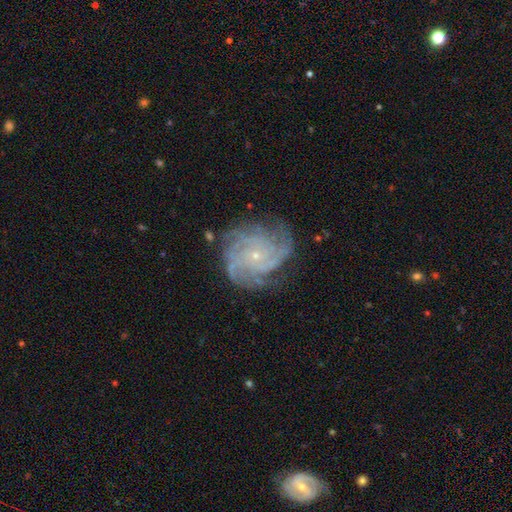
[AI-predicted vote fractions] This is clearly a featured or disk galaxy (86%). It is clearly not viewed edge-on (98%). Bar: likely no (77%). Spiral arm pattern: clearly yes (98%). Spiral arm count: marginally 4 (32%). Spiral winding: likely tight (63%). Central bulge: clearly small (83%). Merging: likely none (74%).